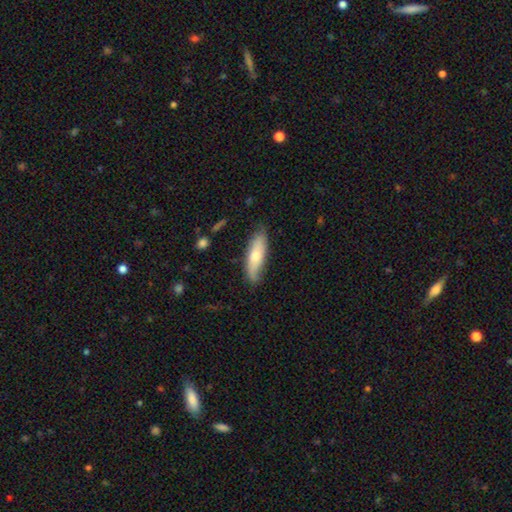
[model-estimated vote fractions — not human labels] Smooth or featured?
  - smooth: 66% *
  - featured or disk: 28%
  - star or artifact: 6%
How rounded?
  - cigar-shaped: 50% *
  - in between: 48%
  - round: 2%
Merging?
  - none: 74% *
  - minor disturbance: 21%
  - major disturbance: 4%
  - merger: 2%